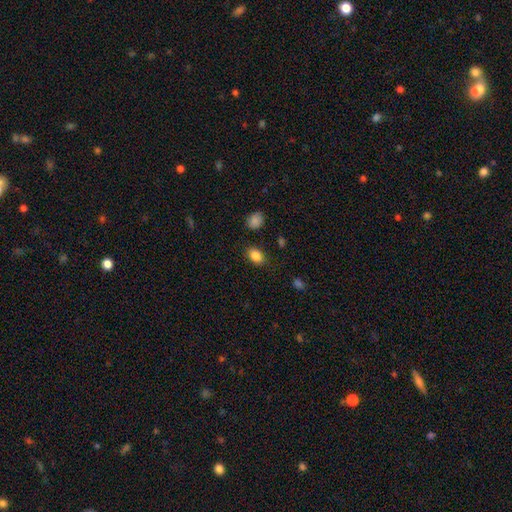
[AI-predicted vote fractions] A smooth galaxy with no disk features (86%) that is in between round and cigar-shaped (75%). Merging: none (83%).